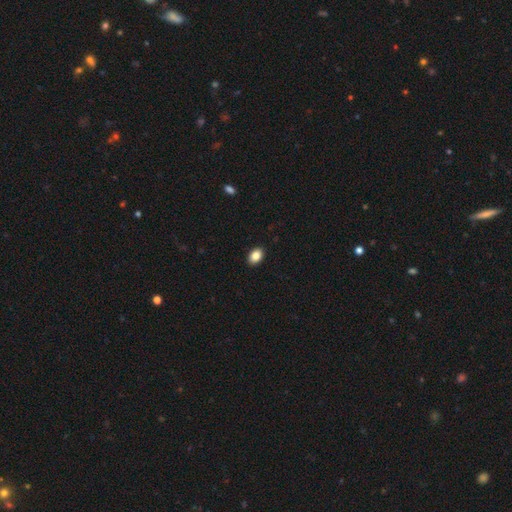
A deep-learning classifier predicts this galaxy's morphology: Smooth or featured? Predicted: smooth (p=0.87). How rounded? Predicted: in between (p=0.83). Merging? Predicted: none (p=0.91).